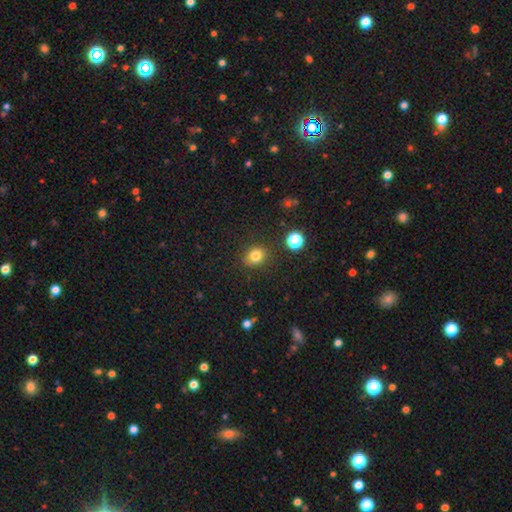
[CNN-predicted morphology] A smooth galaxy with no disk features (80%) that is round (68%).

Vote fractions:
- Smooth or featured? smooth: 80% / star or artifact: 14% / featured or disk: 6%
- How rounded? round: 68% / in between: 31% / cigar-shaped: 1%
- Merging? none: 86% / minor disturbance: 9% / major disturbance: 3% / merger: 2%